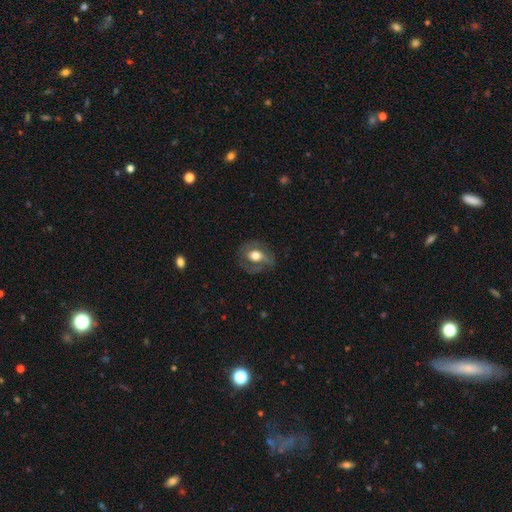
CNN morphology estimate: A featured or disk galaxy (55%) with no bar (59%), spiral arms (62%) and a moderate central bulge (54%).

Vote fractions:
- Smooth or featured? featured or disk: 55% / smooth: 37% / star or artifact: 8%
- Edge-on disk? no: 94% / yes: 6%
- Bar? no: 59% / weak: 28% / strong: 13%
- Spiral arms? yes: 62% / no: 38%
- Bulge size? moderate: 54% / large: 37% / small: 5% / dominant: 3% / none: 1%
- Merging? none: 67% / minor disturbance: 20% / major disturbance: 12% / merger: 1%